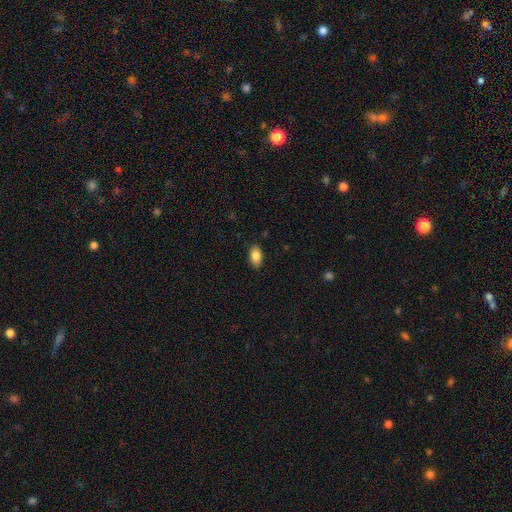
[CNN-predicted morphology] type=smooth (86%); roundness=in between (92%); merging=none (87%).